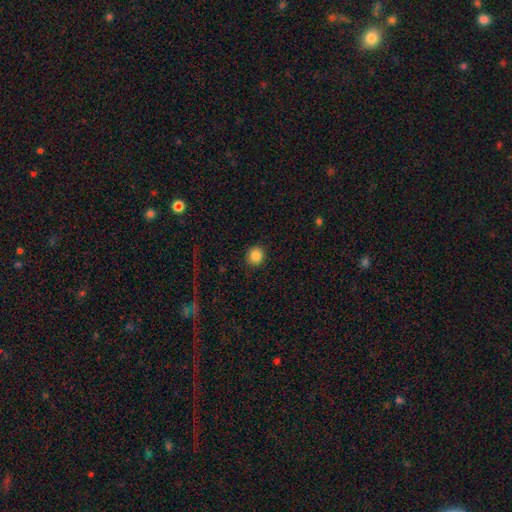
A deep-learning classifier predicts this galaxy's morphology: smooth-or-featured: smooth: 86% | star or artifact: 10% | featured or disk: 4%
  how-rounded: round: 84% | in between: 15% | cigar-shaped: 1%
  merging: none: 90% | minor disturbance: 7% | major disturbance: 2% | merger: 1%